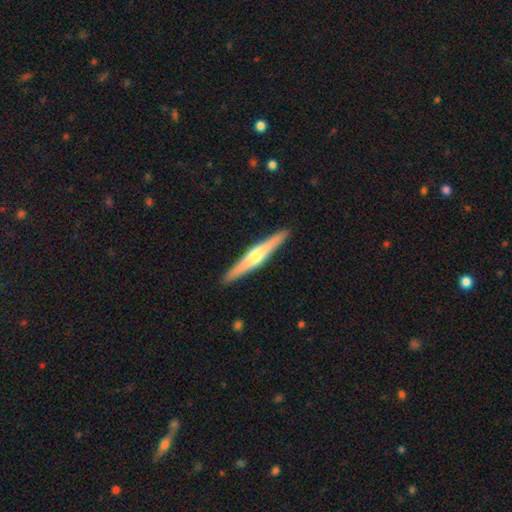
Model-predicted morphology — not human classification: This is likely a featured or disk galaxy (65%). It is clearly viewed edge-on (98%). Edge-on bulge: clearly rounded (82%). Merging: clearly none (92%).